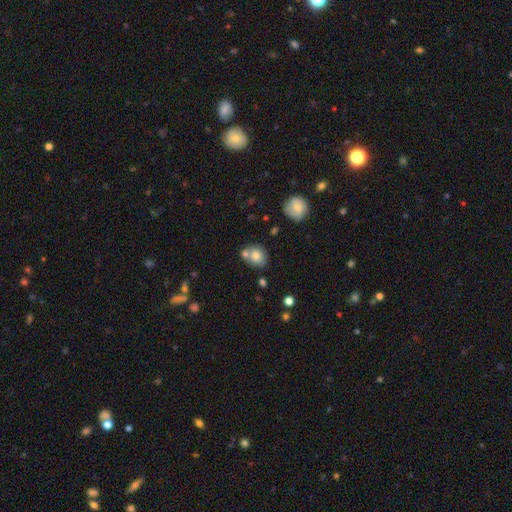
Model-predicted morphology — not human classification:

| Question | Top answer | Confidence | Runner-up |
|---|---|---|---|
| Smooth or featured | smooth | 76% | featured or disk (14%) |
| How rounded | round | 58% | in between (41%) |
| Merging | none | 52% | merger (29%) |